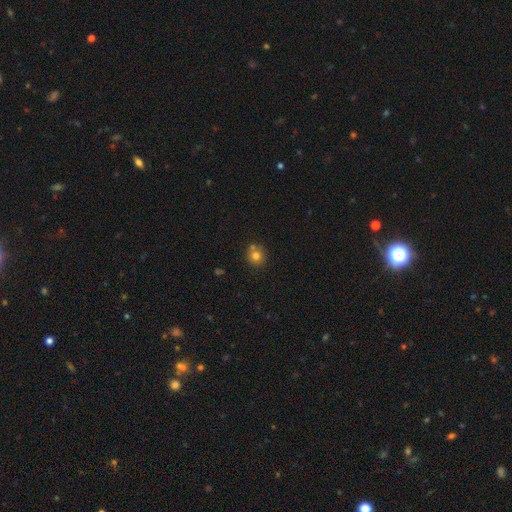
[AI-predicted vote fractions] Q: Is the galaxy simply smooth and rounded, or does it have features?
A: smooth — 78%.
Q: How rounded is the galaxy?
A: round — 87%.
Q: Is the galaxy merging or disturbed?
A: none — 74%.